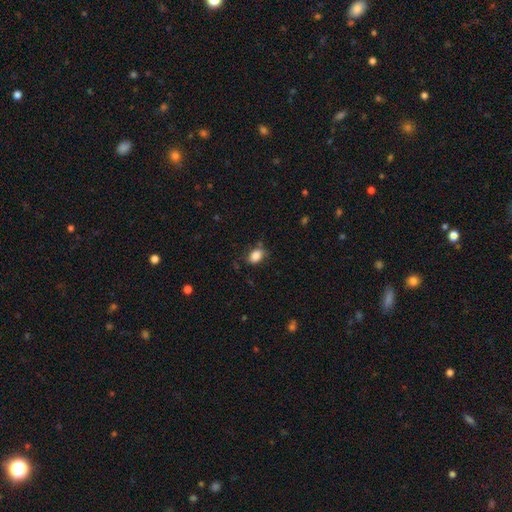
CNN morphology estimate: type=smooth (85%); roundness=in between (79%); merging=none (71%).